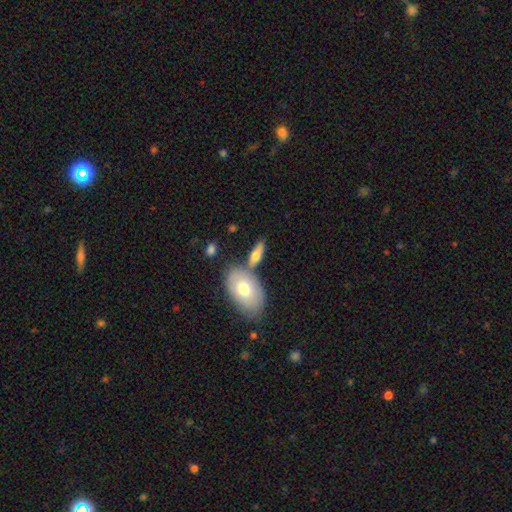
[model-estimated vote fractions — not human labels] A smooth galaxy with no disk features (64%) that is in between round and cigar-shaped (75%).

Vote fractions:
- Smooth or featured? smooth: 64% / featured or disk: 30% / star or artifact: 6%
- How rounded? in between: 75% / cigar-shaped: 20% / round: 5%
- Merging? none: 57% / merger: 26% / minor disturbance: 13% / major disturbance: 4%